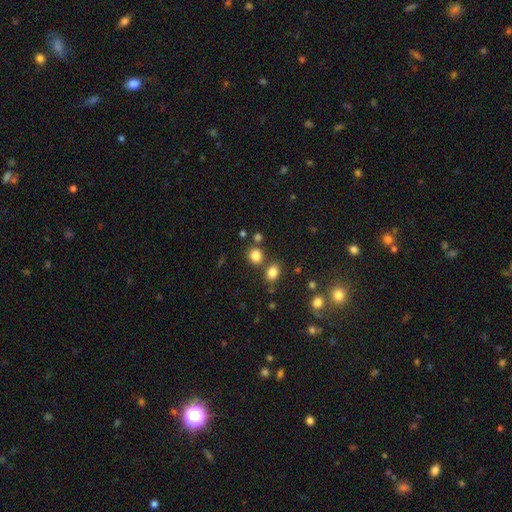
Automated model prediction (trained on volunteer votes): A smooth galaxy with no disk features (82%) that is round (75%). Merging: none (72%).